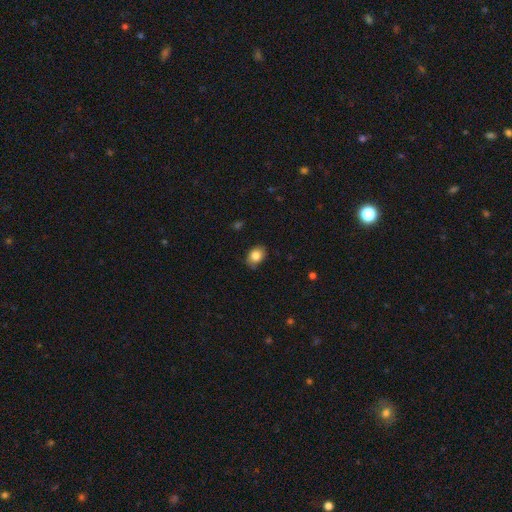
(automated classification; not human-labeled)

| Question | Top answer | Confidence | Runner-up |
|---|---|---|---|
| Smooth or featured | smooth | 84% | star or artifact (8%) |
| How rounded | in between | 69% | round (30%) |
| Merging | none | 80% | minor disturbance (16%) |